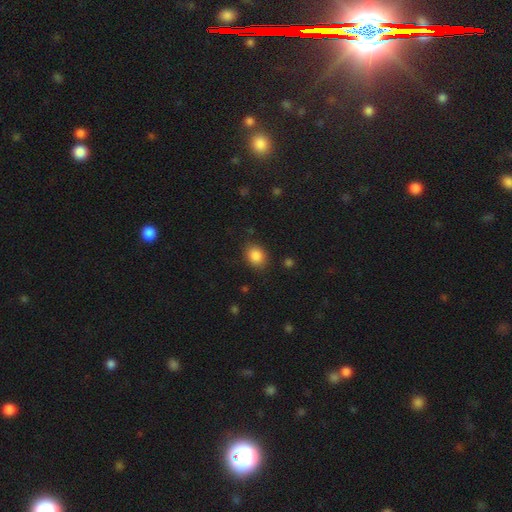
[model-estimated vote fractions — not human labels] Morphology: type=smooth (87%); roundness=in between (55%); merging=none (85%).